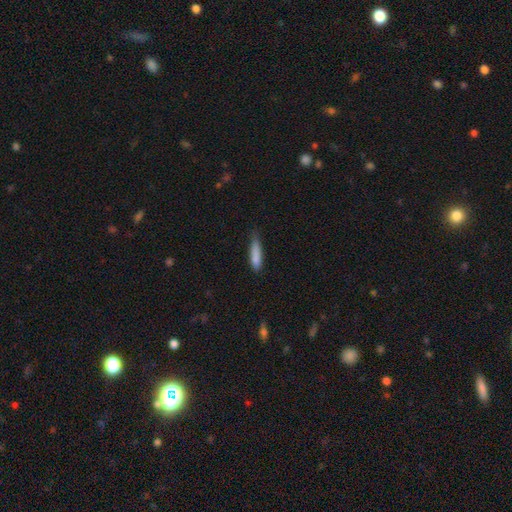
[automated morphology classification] smooth-or-featured: smooth: 84% | featured or disk: 9% | star or artifact: 7%
  how-rounded: cigar-shaped: 76% | in between: 23% | round: 2%
  merging: none: 62% | minor disturbance: 31% | major disturbance: 5% | merger: 2%